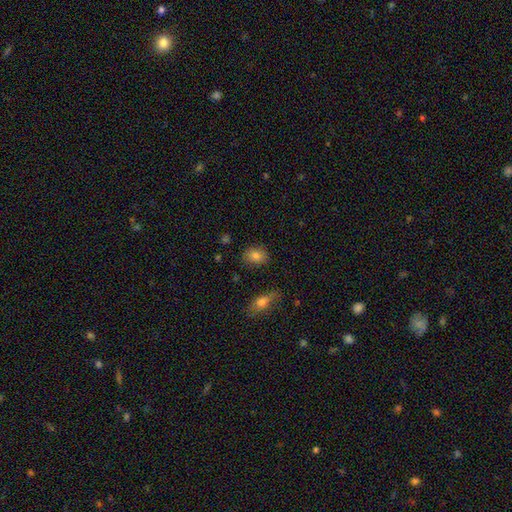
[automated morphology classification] Smooth or featured?
  - smooth: 82% *
  - star or artifact: 9%
  - featured or disk: 9%
How rounded?
  - in between: 57% *
  - round: 41%
  - cigar-shaped: 2%
Merging?
  - none: 84% *
  - minor disturbance: 11%
  - major disturbance: 3%
  - merger: 2%